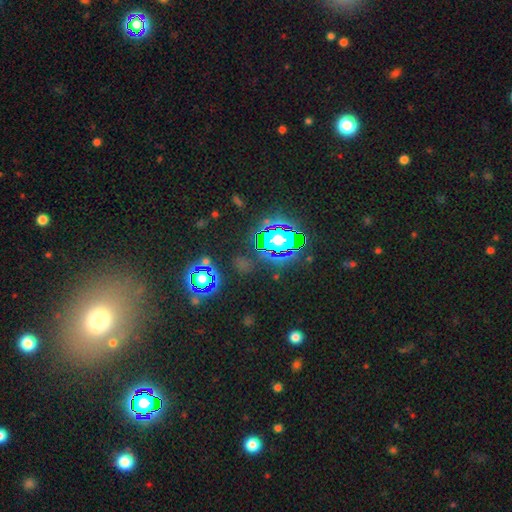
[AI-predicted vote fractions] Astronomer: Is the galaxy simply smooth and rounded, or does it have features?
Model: star or artifact — 75%.